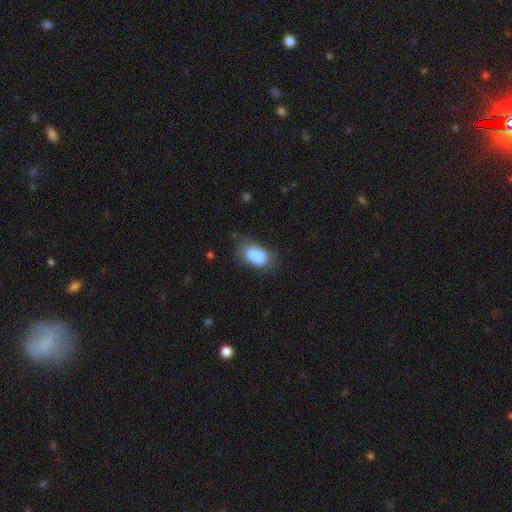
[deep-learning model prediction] smooth 83%, featured or disk 9%, star or artifact 8%. Down the decision tree: how rounded — in between (88%); merging — none (53%).